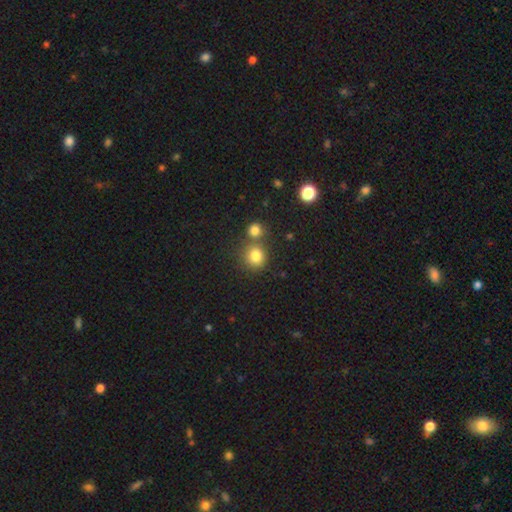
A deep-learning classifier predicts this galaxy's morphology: smooth_or_featured: smooth (p=0.81) [alt: star or artifact p=0.13]
how_rounded: round (p=0.87) [alt: in between p=0.12]
merging: none (p=0.65) [alt: merger p=0.24]